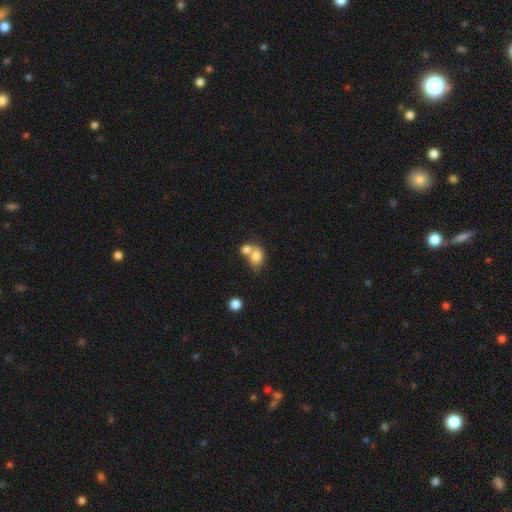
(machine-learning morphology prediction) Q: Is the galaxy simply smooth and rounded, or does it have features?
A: smooth — 77%.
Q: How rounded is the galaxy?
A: round — 51%.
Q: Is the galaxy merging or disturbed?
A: merger — 62%.